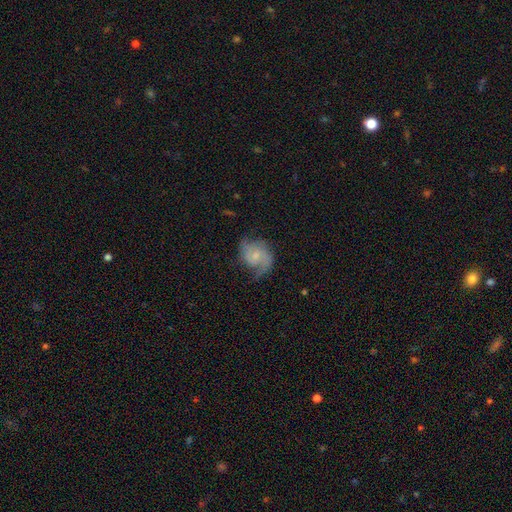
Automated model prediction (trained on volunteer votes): Morphology: type=featured or disk (70%); edge-on=no (97%); bar=no (59%); spiral arms=yes (93%); winding=medium (44%); arm count=2 (69%); bulge=small (58%); merging=none (57%).